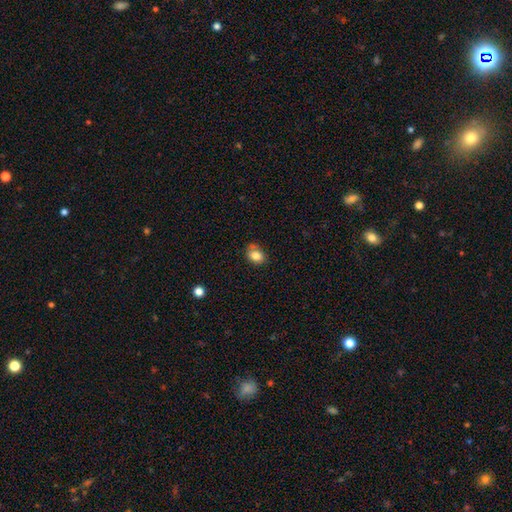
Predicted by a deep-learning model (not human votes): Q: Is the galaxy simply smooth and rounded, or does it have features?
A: smooth — 82%.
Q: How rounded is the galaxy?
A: in between — 64%.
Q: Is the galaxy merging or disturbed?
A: none — 61%.